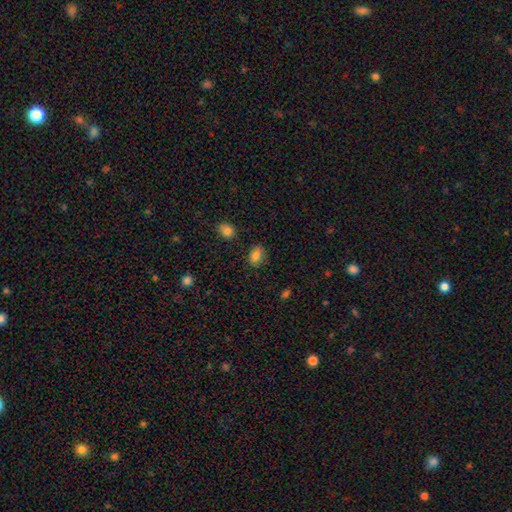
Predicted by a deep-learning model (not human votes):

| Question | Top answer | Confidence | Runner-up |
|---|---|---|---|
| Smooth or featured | smooth | 83% | star or artifact (10%) |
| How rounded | in between | 79% | round (20%) |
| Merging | none | 80% | minor disturbance (15%) |